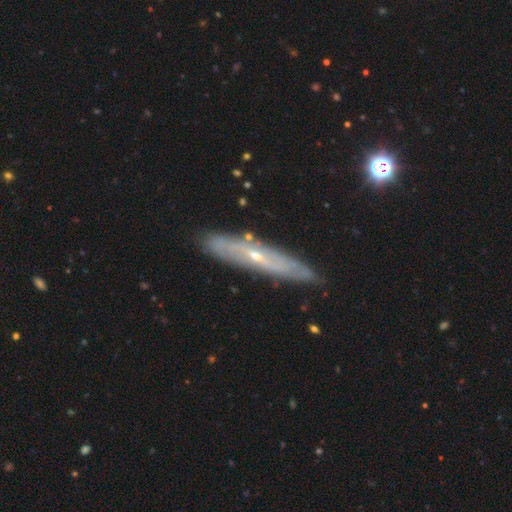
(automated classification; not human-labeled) A featured or disk galaxy (74%) viewed edge-on (56%). Merging: none (82%).